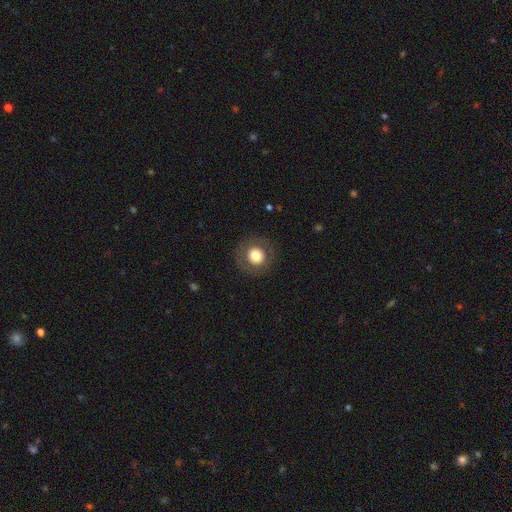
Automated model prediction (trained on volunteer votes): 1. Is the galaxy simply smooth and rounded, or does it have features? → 72% smooth, 19% featured or disk, 9% star or artifact.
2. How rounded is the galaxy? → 93% round, 6% in between, 1% cigar-shaped.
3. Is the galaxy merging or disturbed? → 87% none, 7% minor disturbance, 5% major disturbance, 1% merger.